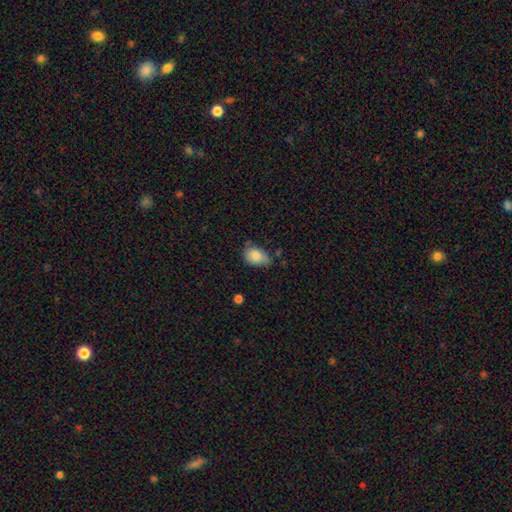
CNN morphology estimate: Smooth or featured? smooth (84%)
How rounded? in between (82%)
Merging? none (51%)